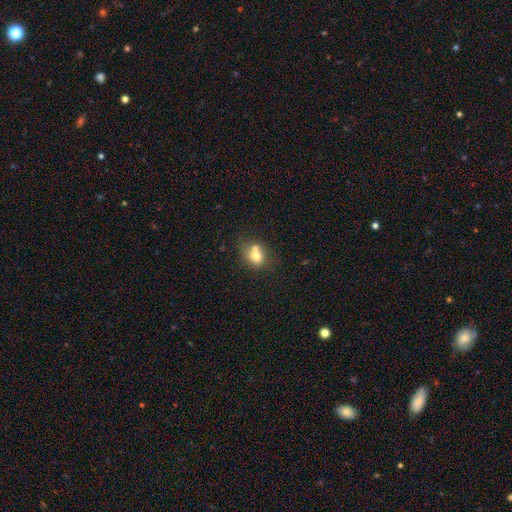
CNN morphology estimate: Overall: smooth (71%). How rounded: round (55%; in between 43%). Merging: merger (44%; none 40%).